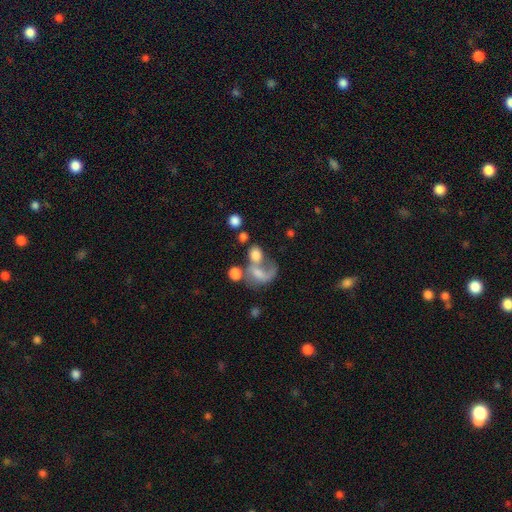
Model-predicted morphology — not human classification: smooth-or-featured: smooth: 60% | featured or disk: 27% | star or artifact: 13%
  how-rounded: in between: 54% | round: 44% | cigar-shaped: 2%
  merging: merger: 49% | none: 21% | major disturbance: 21% | minor disturbance: 9%